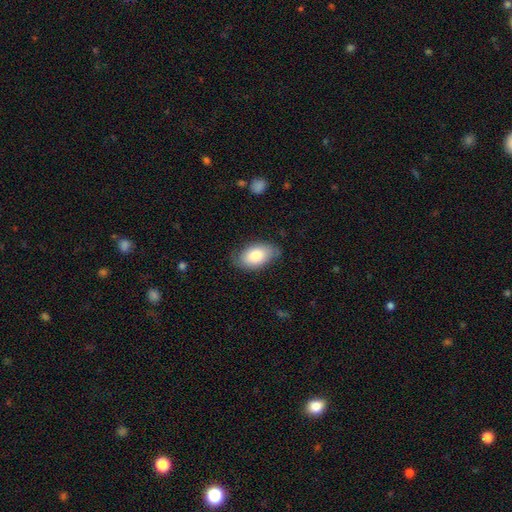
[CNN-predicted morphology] Q: Smooth or featured?
A: smooth (79%); runner-up: featured or disk (15%)
Q: How rounded?
A: in between (93%); runner-up: round (5%)
Q: Merging?
A: none (73%); runner-up: minor disturbance (21%)